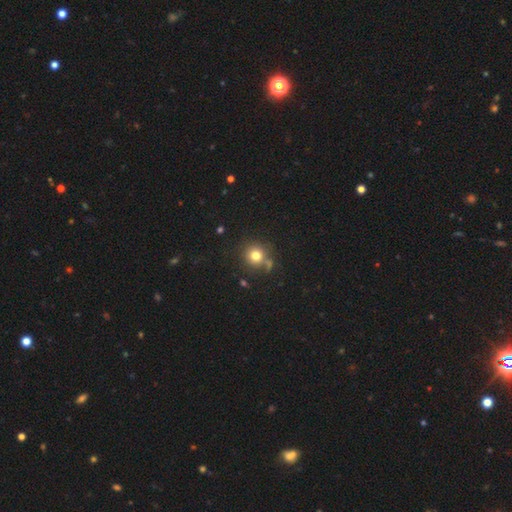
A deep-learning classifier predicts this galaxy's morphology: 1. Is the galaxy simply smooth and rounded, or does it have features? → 77% smooth, 14% star or artifact, 9% featured or disk.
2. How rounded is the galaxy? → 92% round, 8% in between, 1% cigar-shaped.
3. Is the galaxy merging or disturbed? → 73% none, 12% minor disturbance, 11% merger, 5% major disturbance.